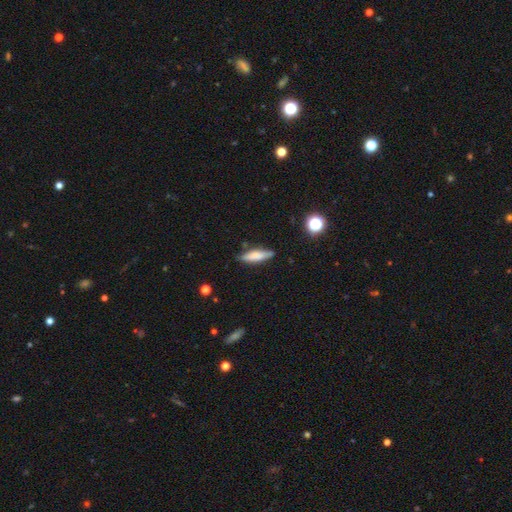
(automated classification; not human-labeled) Smooth or featured: smooth — 65% (featured or disk — 27%)
How rounded: cigar-shaped — 64% (in between — 34%)
Merging: none — 82% (minor disturbance — 14%)